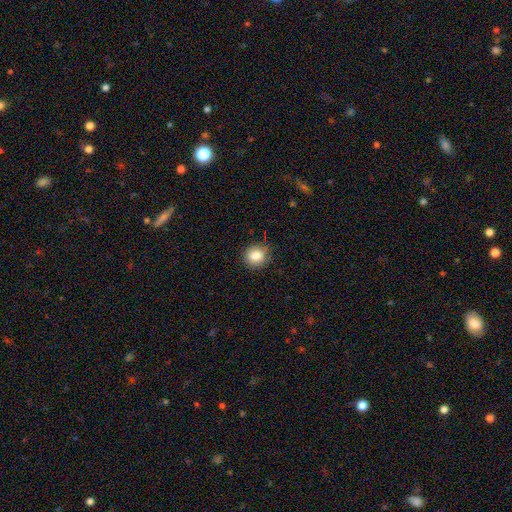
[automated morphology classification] A smooth galaxy with no disk features (84%) that is round (71%). Merging: none (81%).